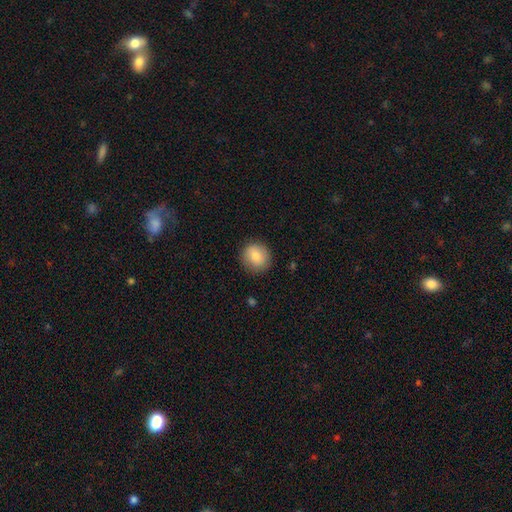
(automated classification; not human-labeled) Morphology: type=smooth (83%); roundness=round (88%); merging=none (88%).